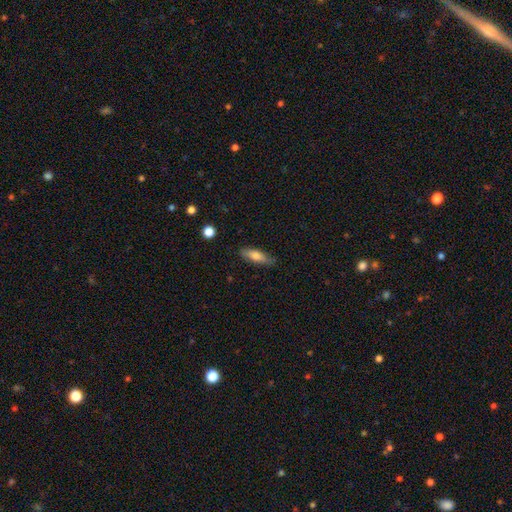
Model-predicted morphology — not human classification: A smooth galaxy with no disk features (72%) that is in between round and cigar-shaped (53%). Merging: none (77%).